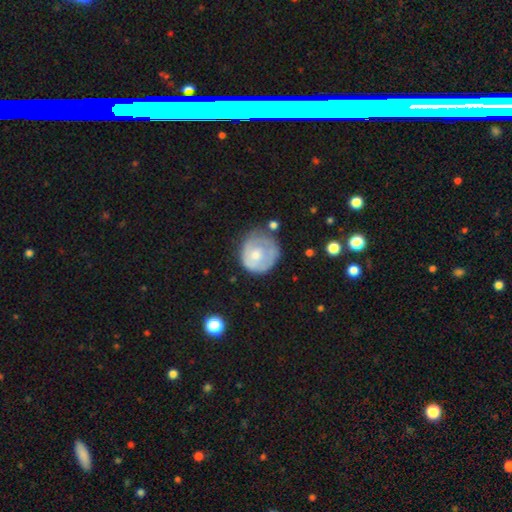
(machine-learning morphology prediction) A smooth galaxy with no disk features (51%) that is round (84%).

Vote fractions:
- Smooth or featured? smooth: 51% / featured or disk: 43% / star or artifact: 6%
- How rounded? round: 84% / in between: 15% / cigar-shaped: 1%
- Merging? none: 52% / minor disturbance: 28% / major disturbance: 15% / merger: 5%